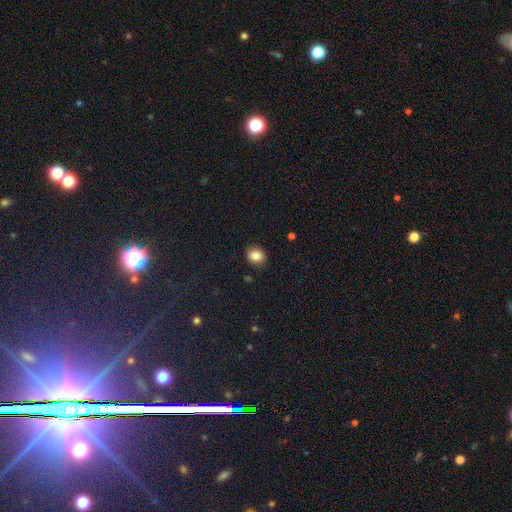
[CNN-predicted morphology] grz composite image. It shows a smooth galaxy with no disk features (83%) that is in between round and cigar-shaped (53%). Merging: none (83%).